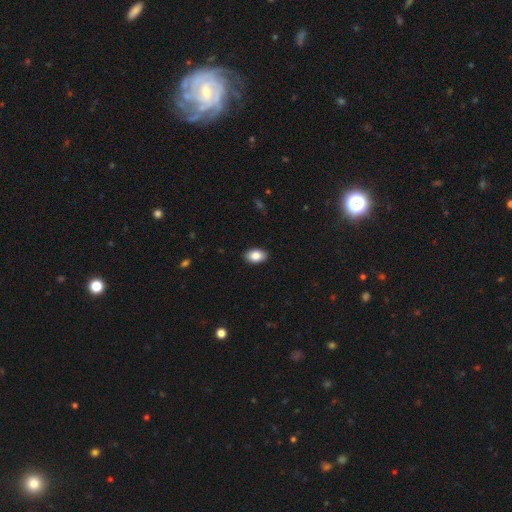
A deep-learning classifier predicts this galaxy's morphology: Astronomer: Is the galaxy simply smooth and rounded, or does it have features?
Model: smooth — 86%.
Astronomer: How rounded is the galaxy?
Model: in between — 90%.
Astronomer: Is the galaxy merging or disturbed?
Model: none — 90%.